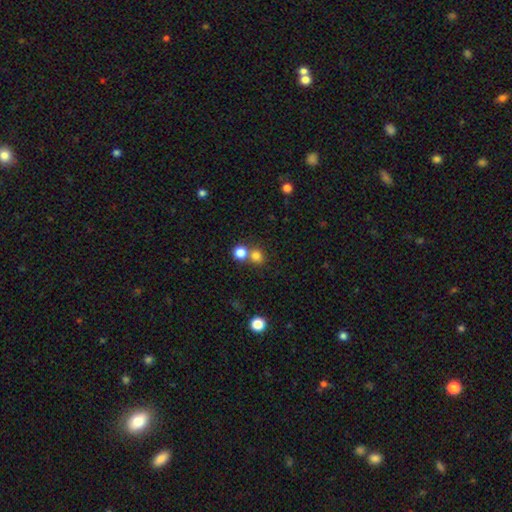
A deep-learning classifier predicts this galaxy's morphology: Smooth or featured? smooth (78%)
How rounded? round (86%)
Merging? none (55%)